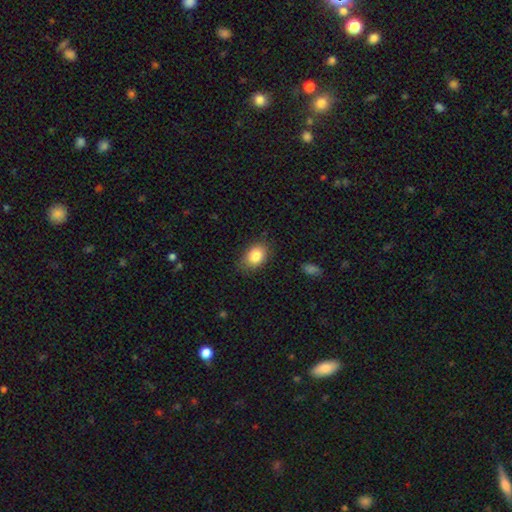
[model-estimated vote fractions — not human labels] Smooth or featured: smooth — 84% (star or artifact — 8%)
How rounded: in between — 76% (round — 22%)
Merging: none — 78% (minor disturbance — 17%)